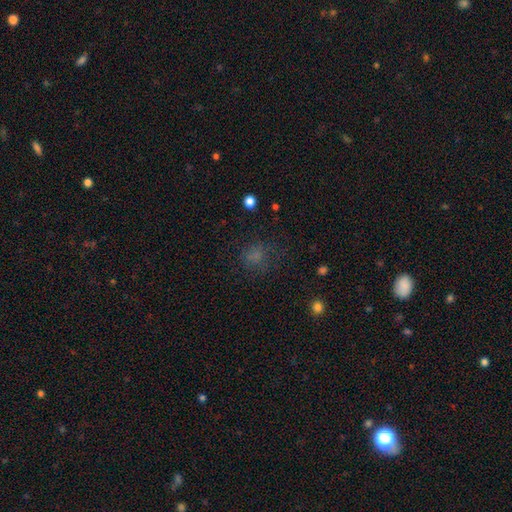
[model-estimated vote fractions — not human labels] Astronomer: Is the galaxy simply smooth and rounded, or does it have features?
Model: smooth — 64%.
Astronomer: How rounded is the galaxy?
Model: round — 72%.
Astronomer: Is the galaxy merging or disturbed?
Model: none — 67%.